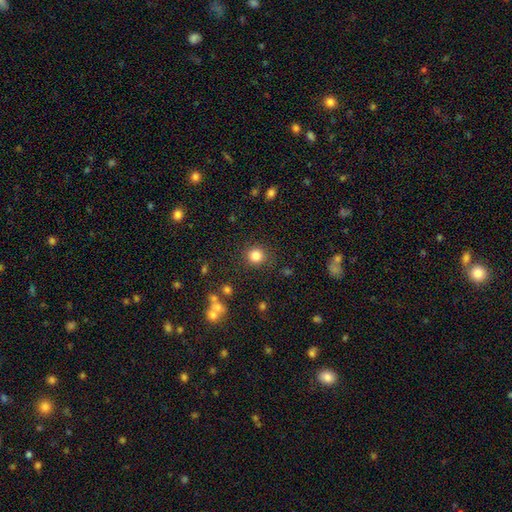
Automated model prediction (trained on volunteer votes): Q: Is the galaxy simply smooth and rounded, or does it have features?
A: smooth — 83%.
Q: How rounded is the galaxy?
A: round — 91%.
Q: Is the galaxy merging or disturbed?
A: none — 87%.